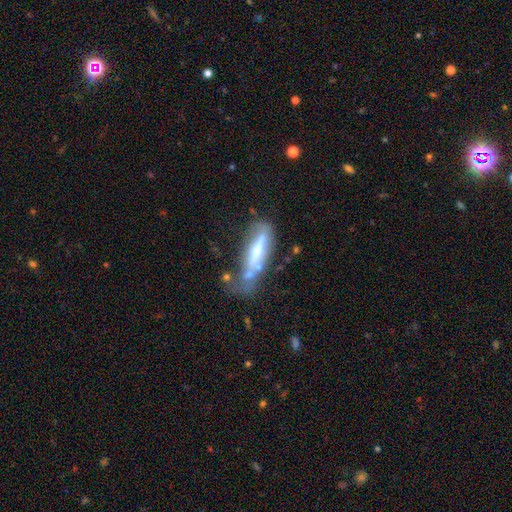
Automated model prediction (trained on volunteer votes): This is possibly a featured or disk galaxy (57%). It is possibly not viewed edge-on (55%). Merging: marginally none (31%).